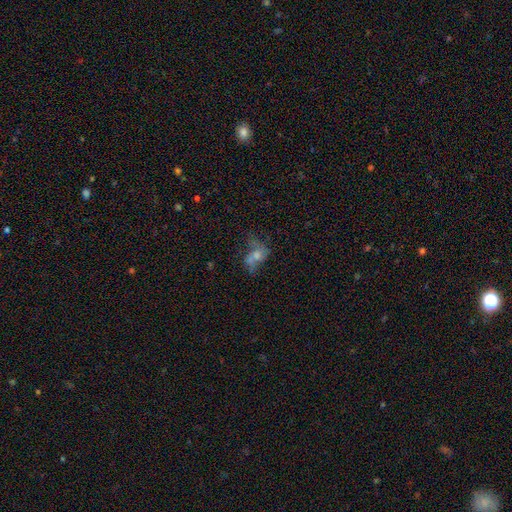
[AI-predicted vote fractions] Smooth or featured? Predicted: smooth (p=0.46). Merging? Predicted: major disturbance (p=0.31).